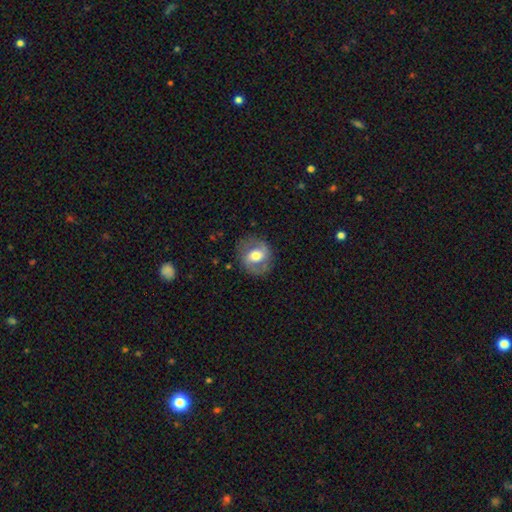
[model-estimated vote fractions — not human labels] The model was most divided on "bar": weak: 40%, no: 38%, strong: 22%. More confident: edge-on disk — no (96%); merging — none (76%); bulge size — moderate (64%); spiral arms — yes (63%); smooth or featured — featured or disk (55%).